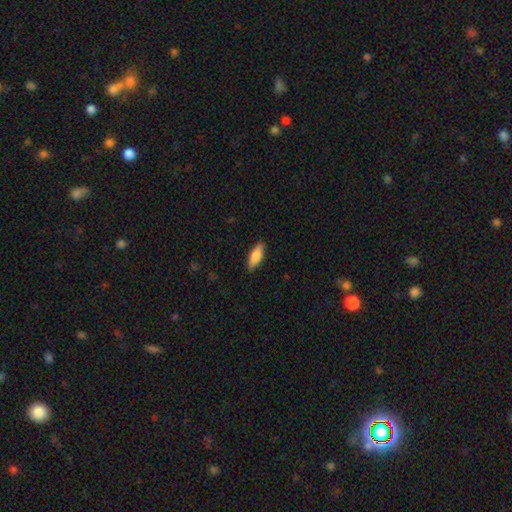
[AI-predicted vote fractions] smooth 82%, featured or disk 12%, star or artifact 6%. Down the decision tree: how rounded — in between (67%); merging — none (87%).